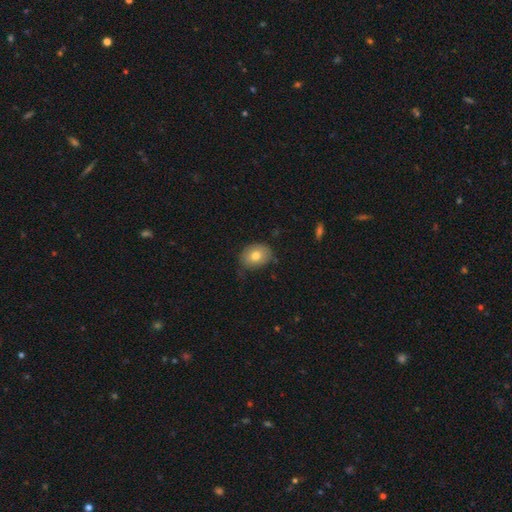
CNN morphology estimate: type=smooth (76%); roundness=in between (66%); merging=none (71%).